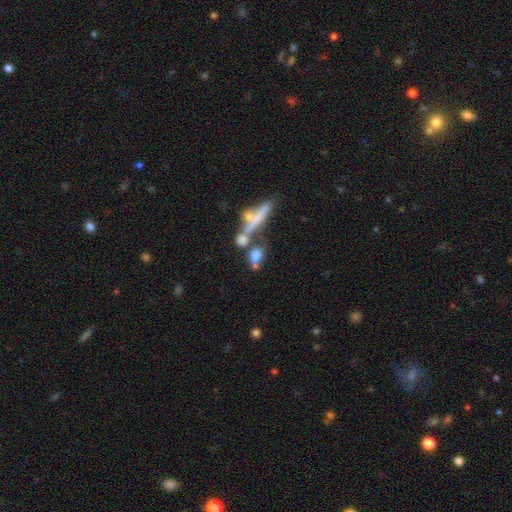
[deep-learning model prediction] smooth_or_featured: smooth (p=0.66) [alt: featured or disk p=0.22]
how_rounded: in between (p=0.48) [alt: round p=0.27]
merging: merger (p=0.42) [alt: none p=0.38]